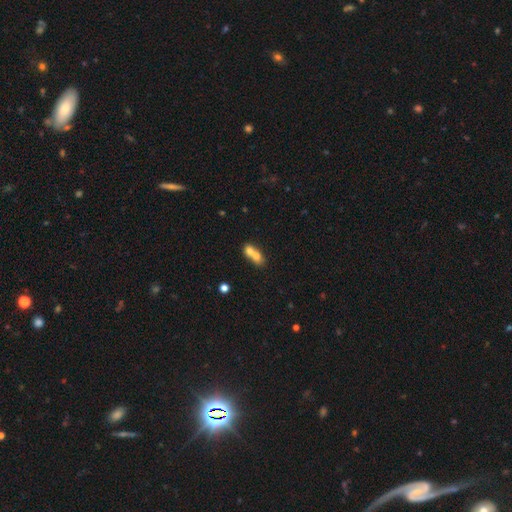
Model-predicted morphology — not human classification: Smooth or featured? smooth (69%)
How rounded? in between (51%)
Merging? merger (73%)